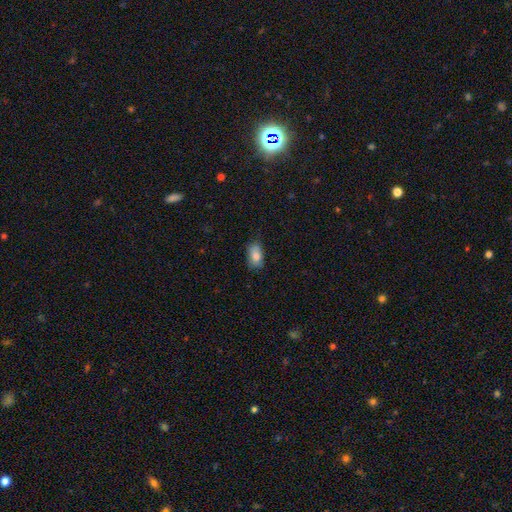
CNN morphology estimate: Smooth or featured? Predicted: smooth (p=0.82). How rounded? Predicted: in between (p=0.90). Merging? Predicted: none (p=0.71).